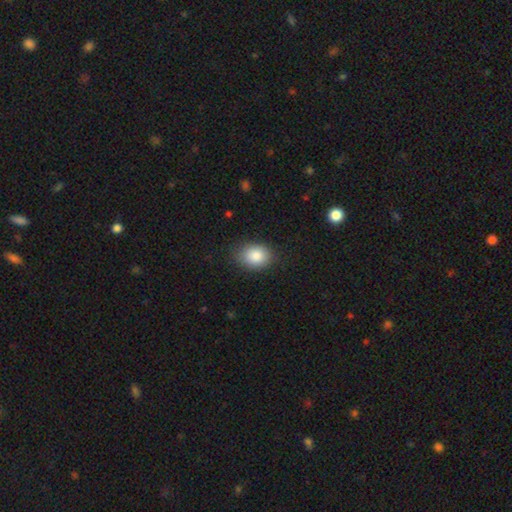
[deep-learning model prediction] Smooth or featured? Predicted: smooth (p=0.87). How rounded? Predicted: in between (p=0.67). Merging? Predicted: none (p=0.83).